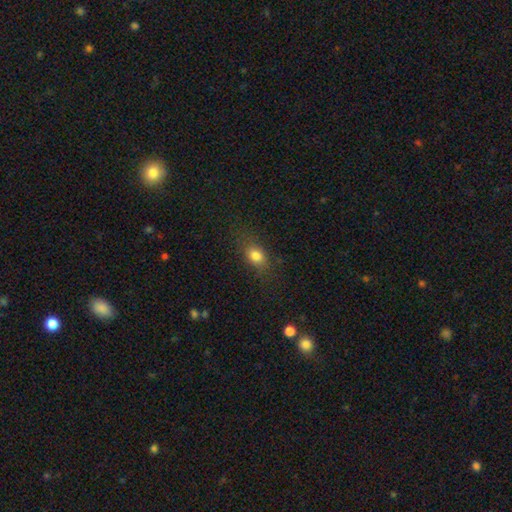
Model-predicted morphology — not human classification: Smooth or featured? Predicted: smooth (p=0.80). How rounded? Predicted: in between (p=0.69). Merging? Predicted: none (p=0.76).